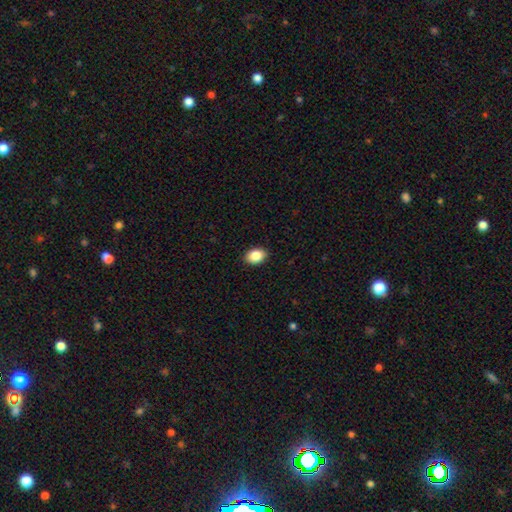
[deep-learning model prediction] Smooth or featured: smooth — 87% (star or artifact — 8%)
How rounded: in between — 79% (round — 20%)
Merging: none — 90% (minor disturbance — 7%)